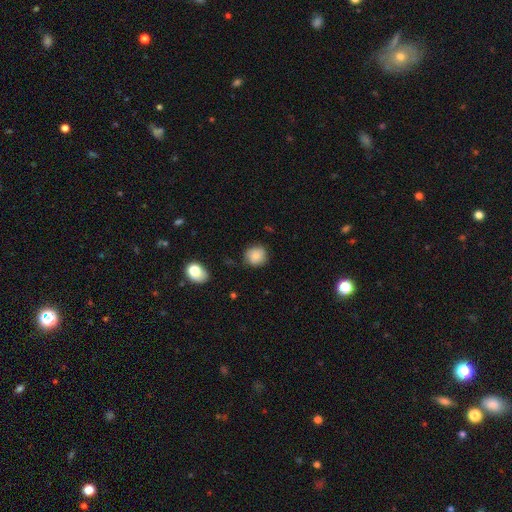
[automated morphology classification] smooth-or-featured: smooth: 77% | featured or disk: 15% | star or artifact: 9%
  how-rounded: round: 87% | in between: 12% | cigar-shaped: 1%
  merging: none: 75% | minor disturbance: 19% | major disturbance: 4% | merger: 2%